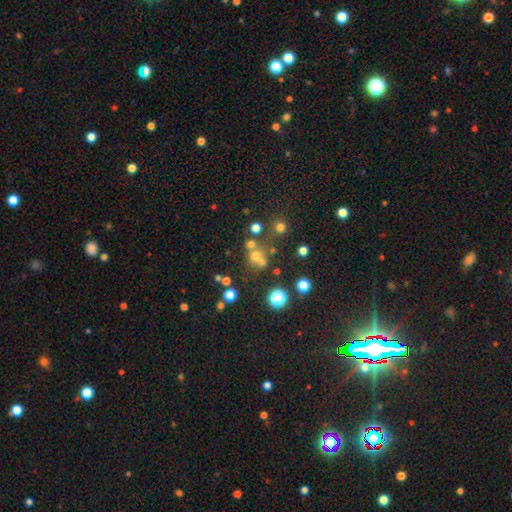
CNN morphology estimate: The model was most divided on "merging": none: 51%, merger: 34%, minor disturbance: 9%, major disturbance: 6%. More confident: how rounded — round (83%); smooth or featured — smooth (57%).